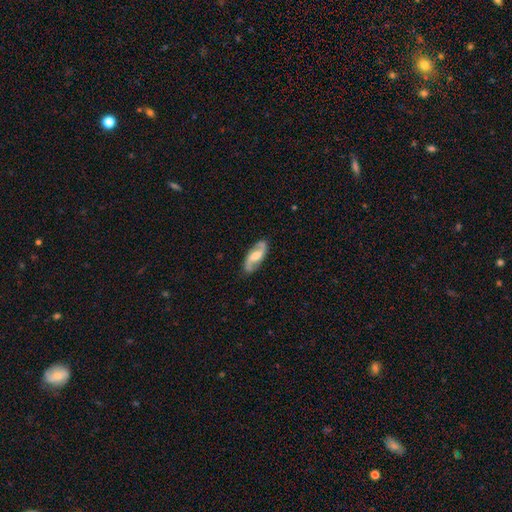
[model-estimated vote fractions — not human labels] featured or disk 80%, smooth 15%, star or artifact 5%. Down the decision tree: edge-on disk — no (94%); bar — weak (45%); spiral arms — yes (95%); spiral arm count — 2 (93%); spiral winding — medium (45%); bulge size — moderate (49%); merging — none (86%).